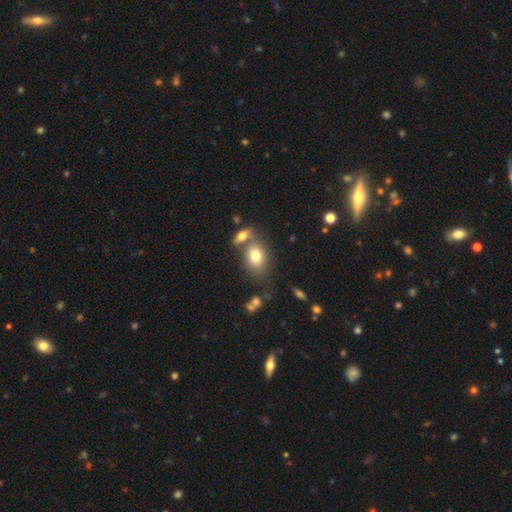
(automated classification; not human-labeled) smooth 76%, featured or disk 15%, star or artifact 9%. Down the decision tree: how rounded — in between (75%); merging — none (50%).